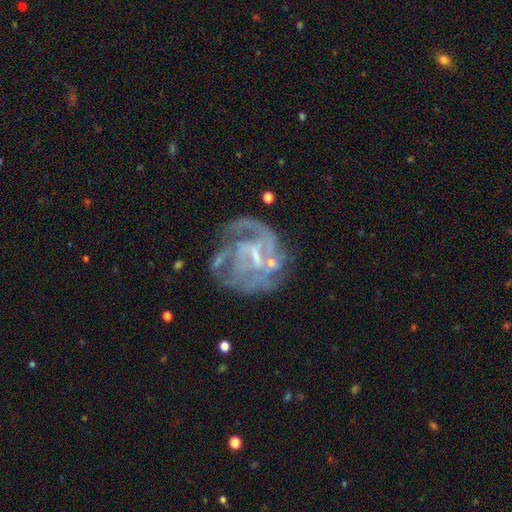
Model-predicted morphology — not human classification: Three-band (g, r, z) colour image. It shows a featured or disk galaxy (80%) with a weak bar (47%), tight (43%) spiral arms (75%) and no central bulge (39%). Merging: none (45%).